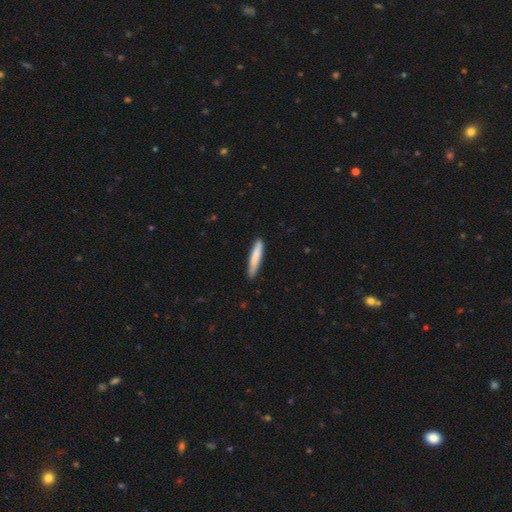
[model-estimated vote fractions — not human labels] Overall: smooth (81%). How rounded: cigar-shaped (92%). Merging: none (85%).